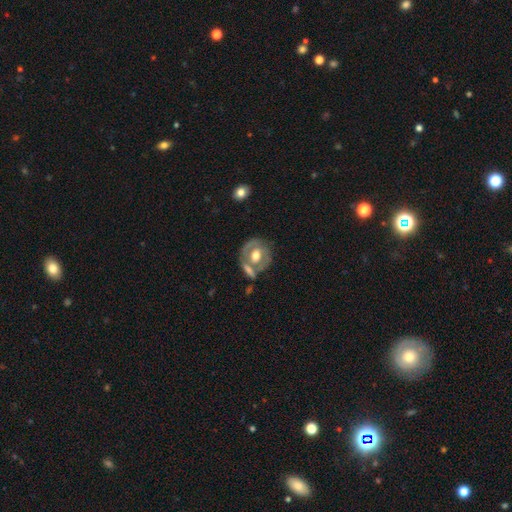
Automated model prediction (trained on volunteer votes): Q: Smooth or featured?
A: featured or disk (57%); runner-up: smooth (37%)
Q: Edge-on disk?
A: no (93%); runner-up: yes (7%)
Q: Bar?
A: no (67%); runner-up: weak (24%)
Q: Spiral arms?
A: no (70%); runner-up: yes (30%)
Q: Bulge size?
A: moderate (68%); runner-up: large (23%)
Q: Merging?
A: none (56%); runner-up: merger (22%)